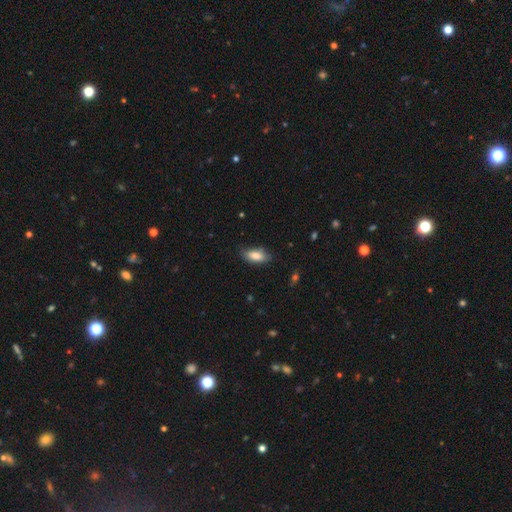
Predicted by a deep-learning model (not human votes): Smooth or featured: smooth — 85% (featured or disk — 9%)
How rounded: in between — 87% (cigar-shaped — 10%)
Merging: none — 77% (minor disturbance — 18%)